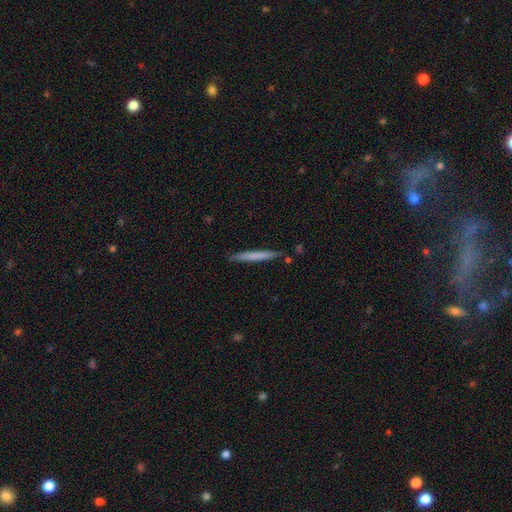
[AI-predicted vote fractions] Smooth or featured? Predicted: smooth (p=0.67). How rounded? Predicted: cigar-shaped (p=0.97). Merging? Predicted: none (p=0.87).